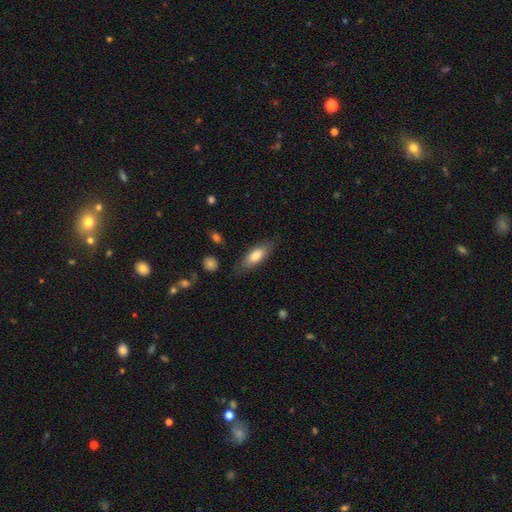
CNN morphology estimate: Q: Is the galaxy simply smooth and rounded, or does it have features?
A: smooth — 74%.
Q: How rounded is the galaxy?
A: in between — 69%.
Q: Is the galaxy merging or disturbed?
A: none — 79%.